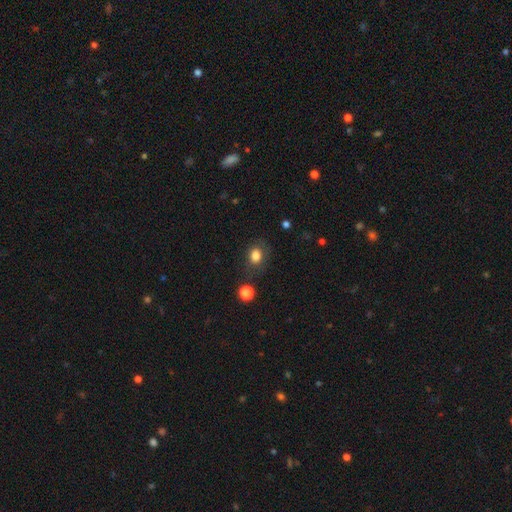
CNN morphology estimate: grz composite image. It shows a smooth galaxy with no disk features (81%) that is in between round and cigar-shaped (50%). Merging: none (73%).